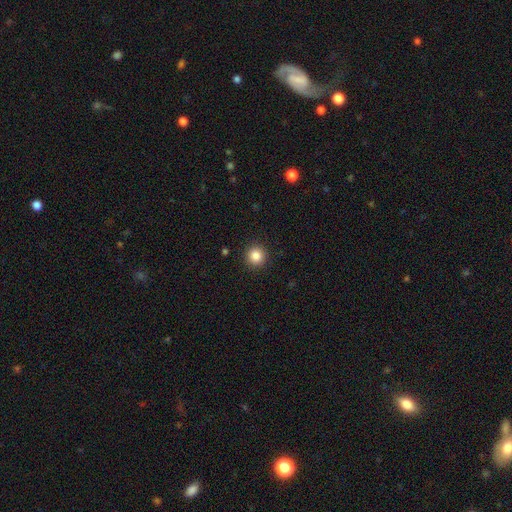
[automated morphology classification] type=smooth (85%); roundness=round (95%); merging=none (92%).